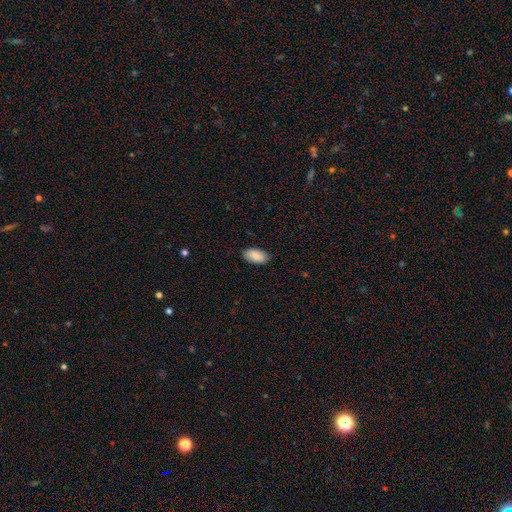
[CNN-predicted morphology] The model was most divided on "merging": none: 88%, minor disturbance: 10%, major disturbance: 2%, merger: 1%. More confident: how rounded — in between (95%); smooth or featured — smooth (87%).